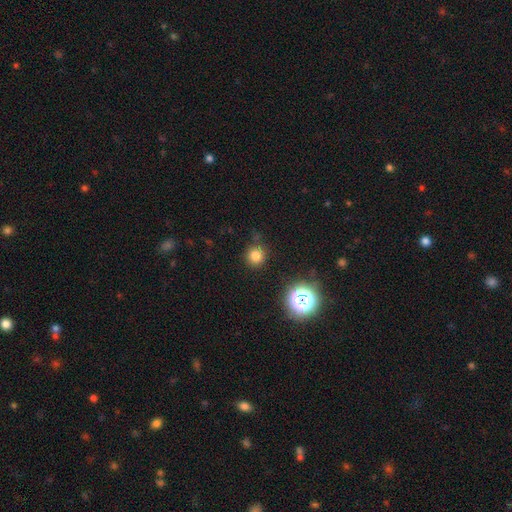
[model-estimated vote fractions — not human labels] Q: Smooth or featured?
A: smooth (78%); runner-up: star or artifact (17%)
Q: How rounded?
A: round (92%); runner-up: in between (7%)
Q: Merging?
A: none (83%); runner-up: minor disturbance (10%)